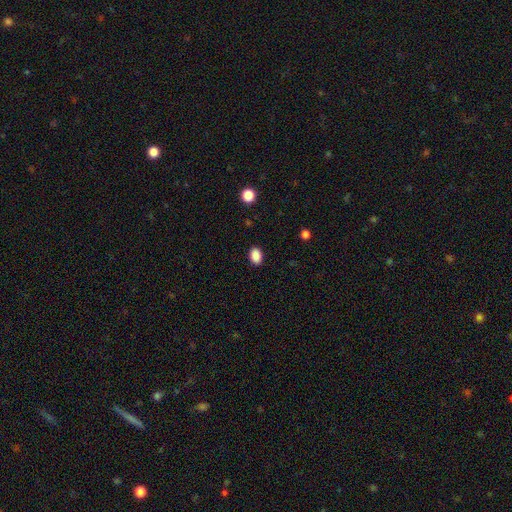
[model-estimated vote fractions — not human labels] Q: Smooth or featured?
A: smooth (88%); runner-up: star or artifact (9%)
Q: How rounded?
A: in between (82%); runner-up: round (17%)
Q: Merging?
A: none (89%); runner-up: minor disturbance (8%)